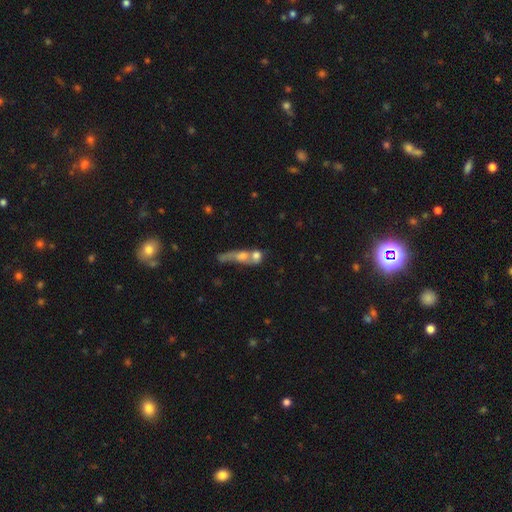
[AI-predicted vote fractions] Q: Smooth or featured?
A: smooth (58%); runner-up: featured or disk (31%)
Q: How rounded?
A: round (42%); runner-up: in between (33%)
Q: Merging?
A: merger (67%); runner-up: none (16%)